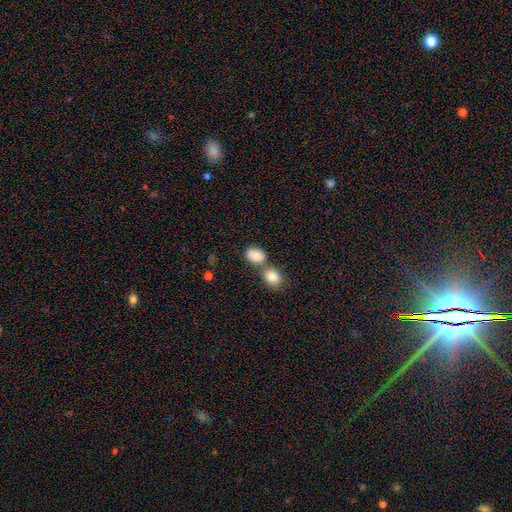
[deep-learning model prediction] Smooth or featured? smooth (86%)
How rounded? in between (74%)
Merging? none (44%)